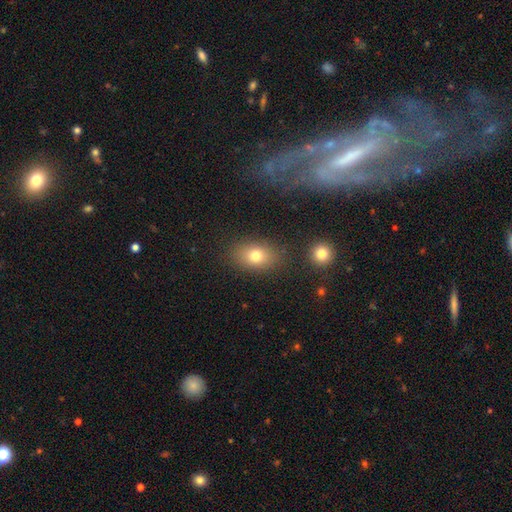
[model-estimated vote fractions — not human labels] This is likely a smooth galaxy (76%). How rounded: likely in between (73%). Merging: clearly none (81%).